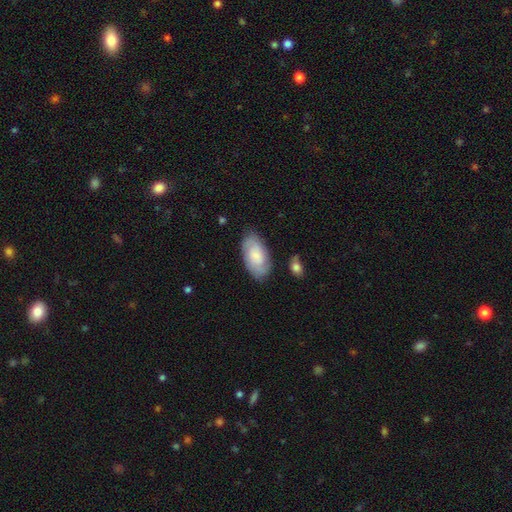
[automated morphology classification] smooth-or-featured: featured or disk: 48% | smooth: 45% | star or artifact: 7%
  merging: none: 79% | minor disturbance: 15% | major disturbance: 4% | merger: 2%